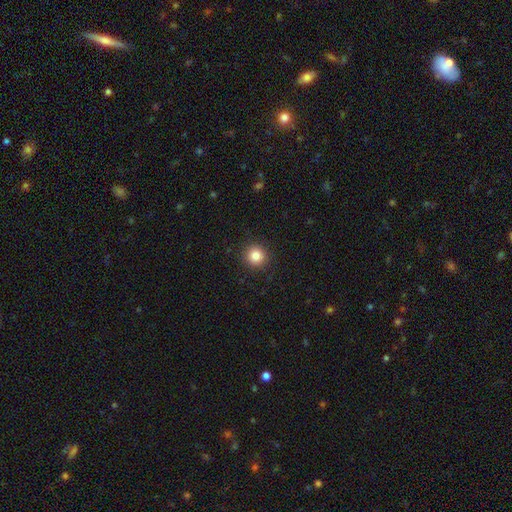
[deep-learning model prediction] Q: Smooth or featured?
A: smooth (84%); runner-up: star or artifact (11%)
Q: How rounded?
A: round (94%); runner-up: in between (5%)
Q: Merging?
A: none (92%); runner-up: minor disturbance (5%)